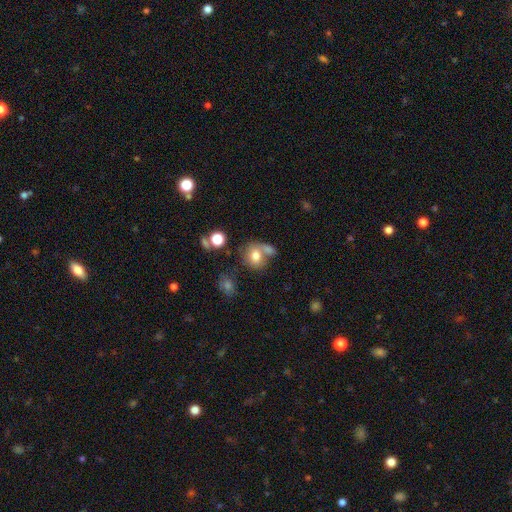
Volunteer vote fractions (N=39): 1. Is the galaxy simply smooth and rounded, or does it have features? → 82% smooth, 10% featured or disk, 8% star or artifact.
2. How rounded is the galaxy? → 78% round, 22% in between, 0% cigar-shaped.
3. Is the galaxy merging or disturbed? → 44% none, 28% merger, 17% minor disturbance, 11% major disturbance.